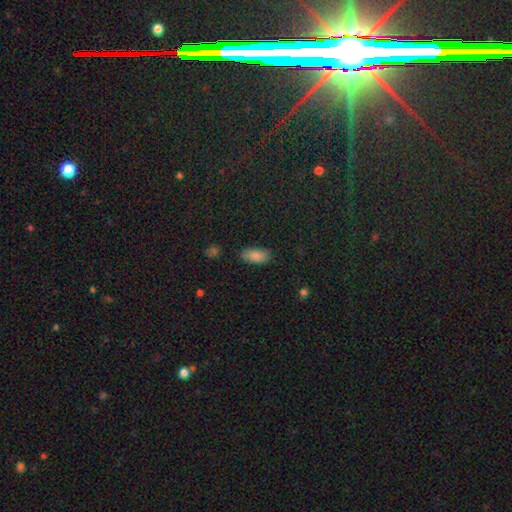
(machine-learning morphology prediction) This appears to be a smooth galaxy with no disk features (85%) that is in between round and cigar-shaped (90%). Merging: none (79%).